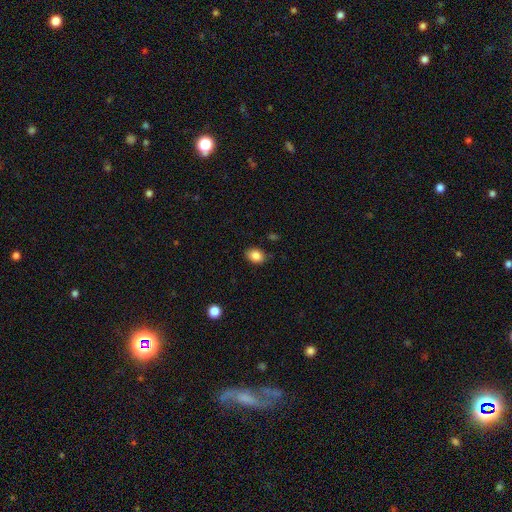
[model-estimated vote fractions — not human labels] Morphology: type=smooth (85%); roundness=in between (68%); merging=none (83%).